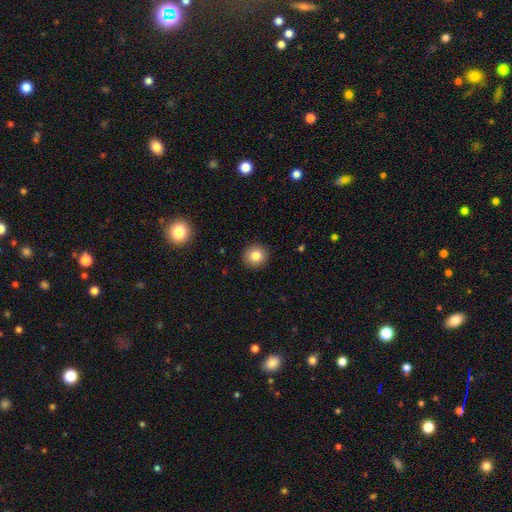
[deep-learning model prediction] smooth_or_featured: smooth (p=0.84) [alt: star or artifact p=0.10]
how_rounded: round (p=0.89) [alt: in between p=0.10]
merging: none (p=0.91) [alt: minor disturbance p=0.06]